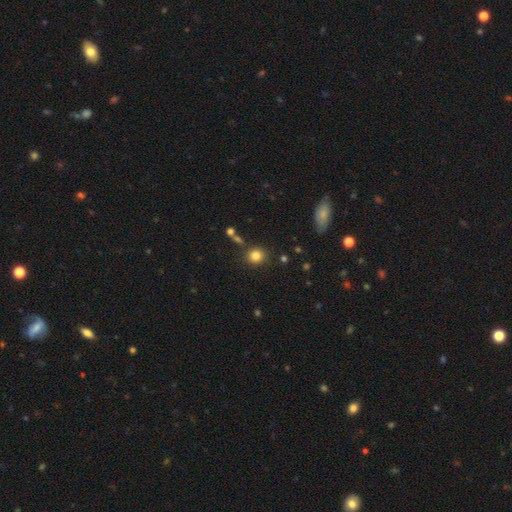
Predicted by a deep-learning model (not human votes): This is clearly a smooth galaxy (82%). How rounded: clearly round (84%). Merging: clearly none (82%).